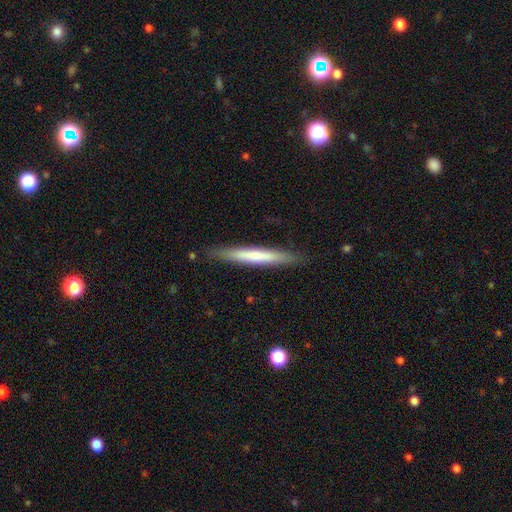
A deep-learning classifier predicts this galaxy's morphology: Smooth or featured? Predicted: smooth (p=0.58). How rounded? Predicted: cigar-shaped (p=0.95). Merging? Predicted: none (p=0.88).